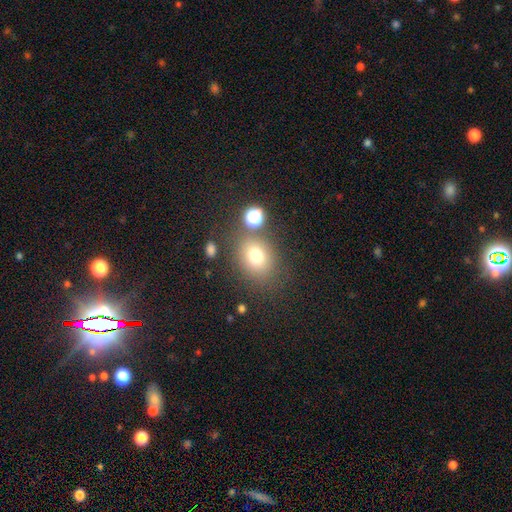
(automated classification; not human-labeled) The model was most divided on "how rounded": round: 53%, in between: 46%, cigar-shaped: 1%. More confident: smooth or featured — smooth (75%); merging — none (72%).